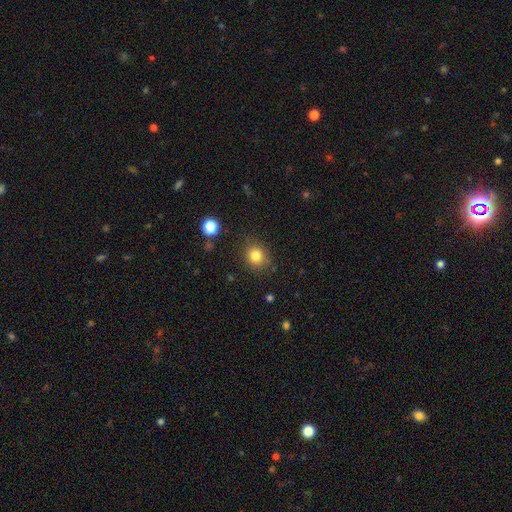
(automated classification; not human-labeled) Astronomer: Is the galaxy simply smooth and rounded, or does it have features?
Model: smooth — 82%.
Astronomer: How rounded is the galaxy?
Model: round — 81%.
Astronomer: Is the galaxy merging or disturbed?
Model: none — 84%.